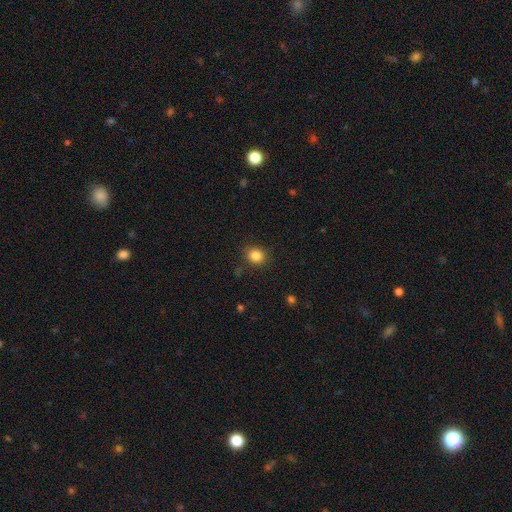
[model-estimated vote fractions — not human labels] Q: Smooth or featured?
A: smooth (85%); runner-up: star or artifact (11%)
Q: How rounded?
A: round (71%); runner-up: in between (28%)
Q: Merging?
A: none (86%); runner-up: minor disturbance (10%)